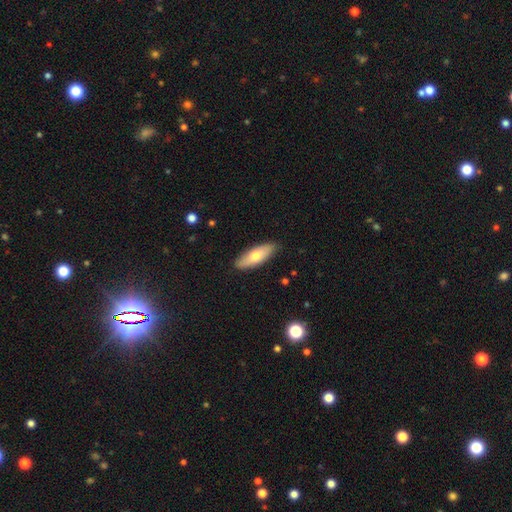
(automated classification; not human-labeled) Smooth or featured? smooth (67%)
How rounded? in between (64%)
Merging? none (86%)